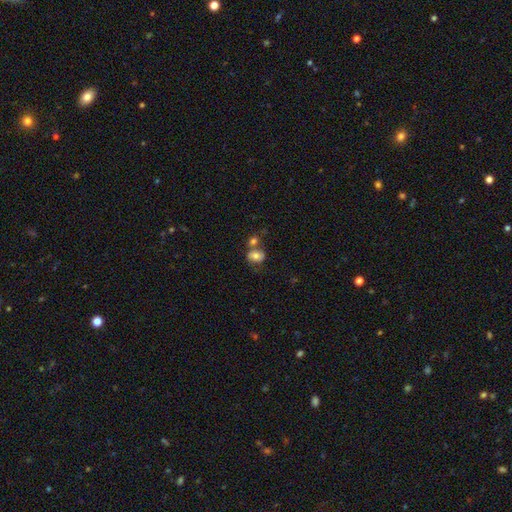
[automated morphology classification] Overall: smooth (65%). How rounded: in between (52%; round 47%). Merging: merger (39%; none 38%).